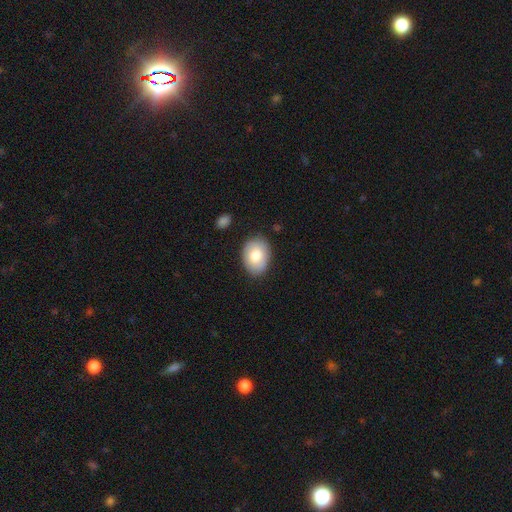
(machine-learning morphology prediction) smooth_or_featured: smooth (p=0.80) [alt: featured or disk p=0.14]
how_rounded: in between (p=0.75) [alt: round p=0.24]
merging: none (p=0.83) [alt: minor disturbance p=0.13]